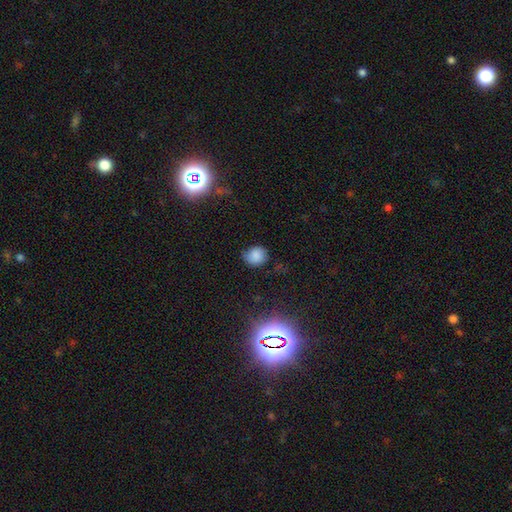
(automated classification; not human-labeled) Smooth or featured? Predicted: smooth (p=0.80). How rounded? Predicted: round (p=0.69). Merging? Predicted: none (p=0.71).